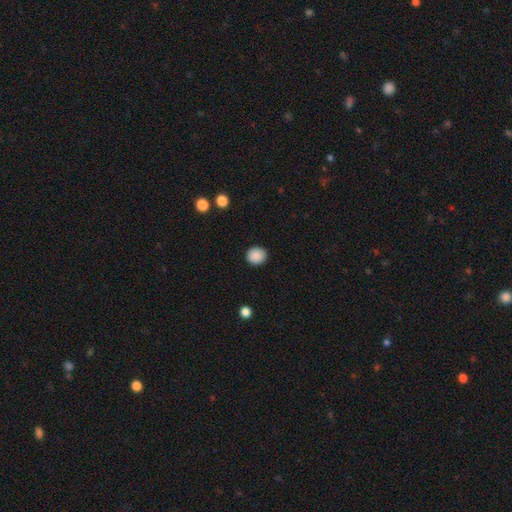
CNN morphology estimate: Smooth or featured? Predicted: smooth (p=0.89). How rounded? Predicted: round (p=0.87). Merging? Predicted: none (p=0.90).